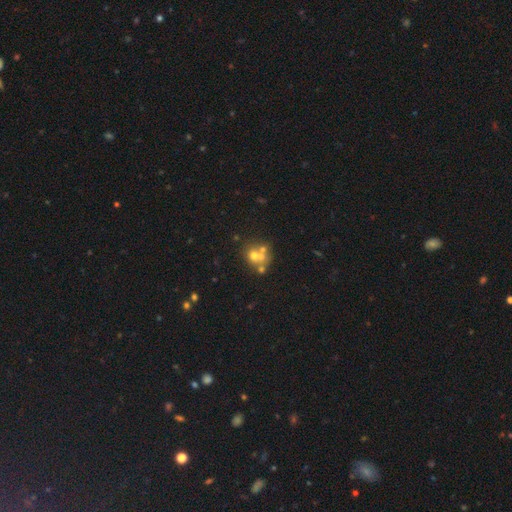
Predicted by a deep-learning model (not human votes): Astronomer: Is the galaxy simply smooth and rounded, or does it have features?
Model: smooth — 51% (runner-up: featured or disk, 32%).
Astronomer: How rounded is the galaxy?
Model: round — 77%.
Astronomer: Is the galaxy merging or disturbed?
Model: merger — 47% (runner-up: none, 39%).